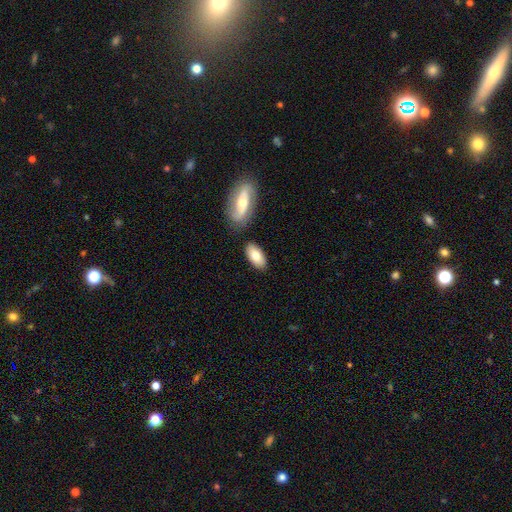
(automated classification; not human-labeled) Smooth or featured? Predicted: smooth (p=0.76). How rounded? Predicted: in between (p=0.91). Merging? Predicted: none (p=0.78).